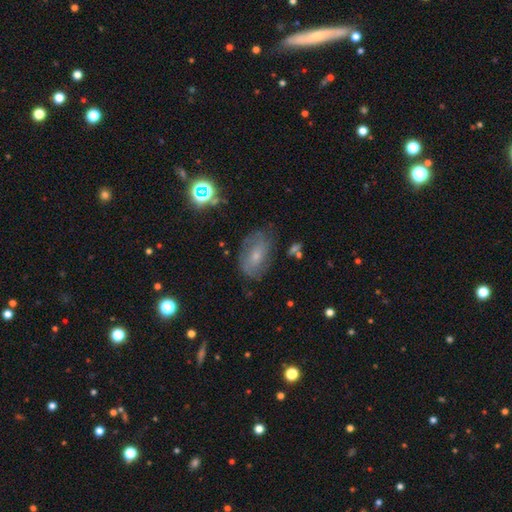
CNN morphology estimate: Q: Smooth or featured?
A: featured or disk (51%); runner-up: smooth (36%)
Q: Edge-on disk?
A: no (94%); runner-up: yes (6%)
Q: Merging?
A: none (62%); runner-up: minor disturbance (24%)